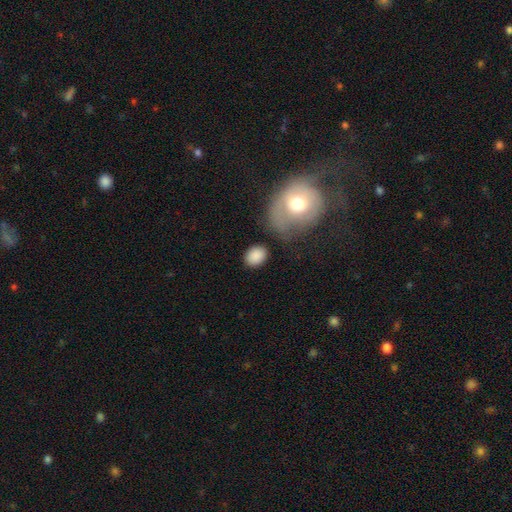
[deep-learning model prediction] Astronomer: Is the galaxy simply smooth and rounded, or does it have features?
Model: smooth — 87%.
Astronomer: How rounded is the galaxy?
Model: in between — 58% (runner-up: round, 40%).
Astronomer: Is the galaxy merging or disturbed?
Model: none — 77%.